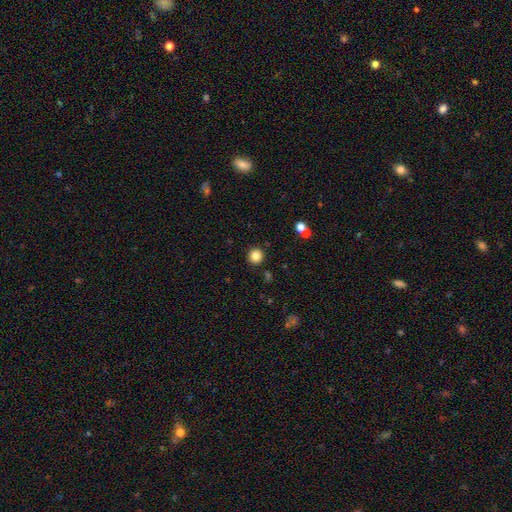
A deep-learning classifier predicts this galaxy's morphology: type=smooth (84%); roundness=round (94%); merging=none (91%).